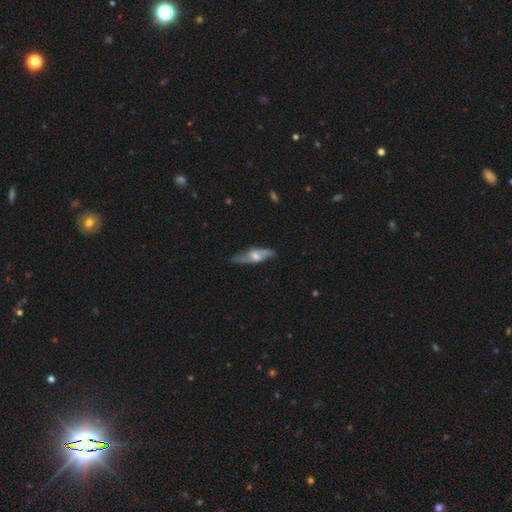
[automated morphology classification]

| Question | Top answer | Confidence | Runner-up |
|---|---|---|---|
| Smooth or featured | featured or disk | 64% | smooth (30%) |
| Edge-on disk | no | 57% | yes (43%) |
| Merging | none | 75% | minor disturbance (18%) |